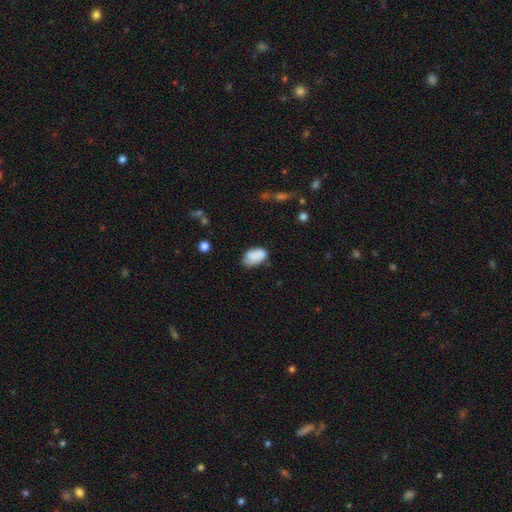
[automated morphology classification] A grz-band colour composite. It shows a smooth galaxy with no disk features (81%) that is in between round and cigar-shaped (90%). Merging: none (56%).